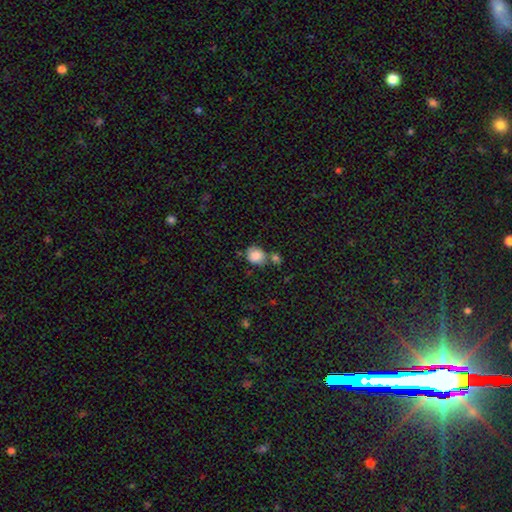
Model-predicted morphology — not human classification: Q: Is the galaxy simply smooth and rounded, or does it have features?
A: smooth — 83%.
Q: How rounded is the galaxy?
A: round — 72%.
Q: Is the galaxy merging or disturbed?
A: none — 54%.